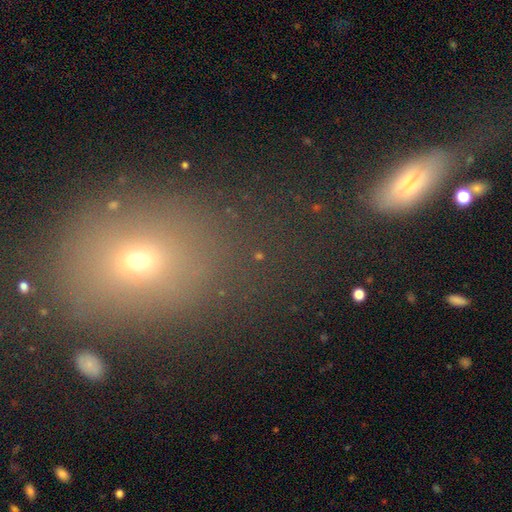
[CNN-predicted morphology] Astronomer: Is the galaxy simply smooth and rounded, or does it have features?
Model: smooth — 60%.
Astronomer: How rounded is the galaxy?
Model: in between — 57% (runner-up: round, 39%).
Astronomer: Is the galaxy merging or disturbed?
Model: none — 62%.